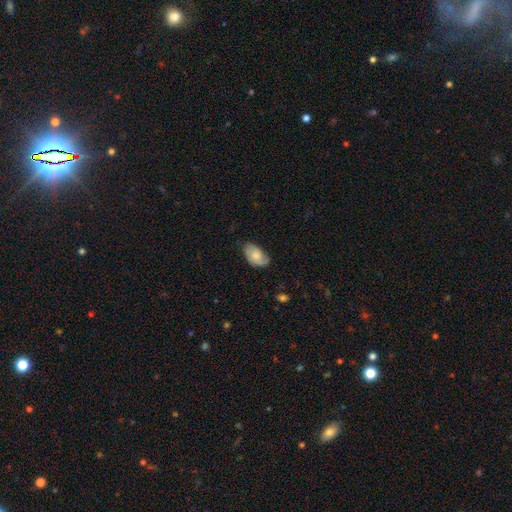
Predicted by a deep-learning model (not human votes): The model was most divided on "smooth or featured": smooth: 56%, featured or disk: 38%, star or artifact: 7%. More confident: how rounded — in between (92%); merging — none (59%).